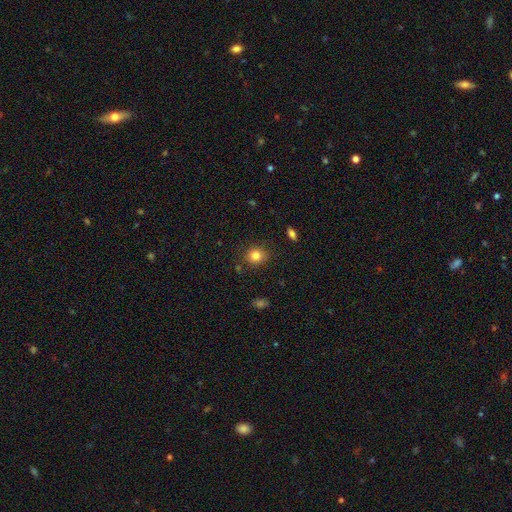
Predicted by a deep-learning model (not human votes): Morphology: type=smooth (82%); roundness=round (84%); merging=none (85%).